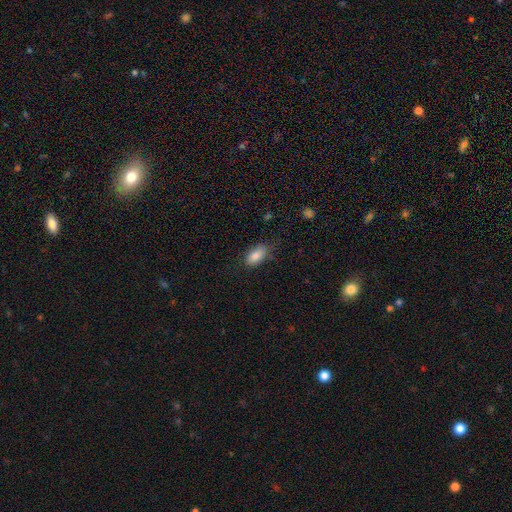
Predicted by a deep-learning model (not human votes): Smooth or featured? Predicted: smooth (p=0.86). How rounded? Predicted: in between (p=0.91). Merging? Predicted: none (p=0.71).